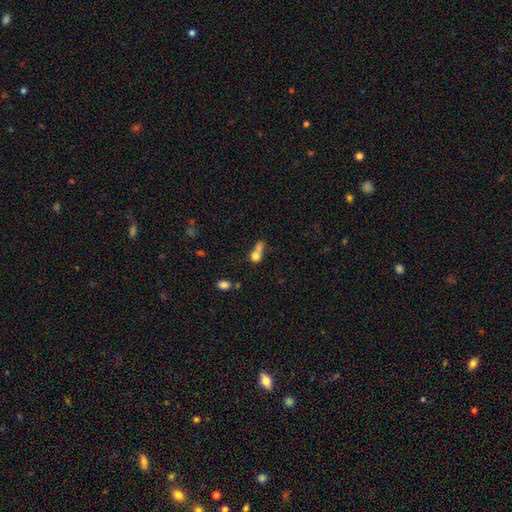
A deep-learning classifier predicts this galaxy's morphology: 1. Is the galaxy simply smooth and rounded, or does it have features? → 70% smooth, 18% featured or disk, 13% star or artifact.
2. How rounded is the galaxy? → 56% round, 37% in between, 6% cigar-shaped.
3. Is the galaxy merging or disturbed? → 61% merger, 22% none, 9% minor disturbance, 8% major disturbance.